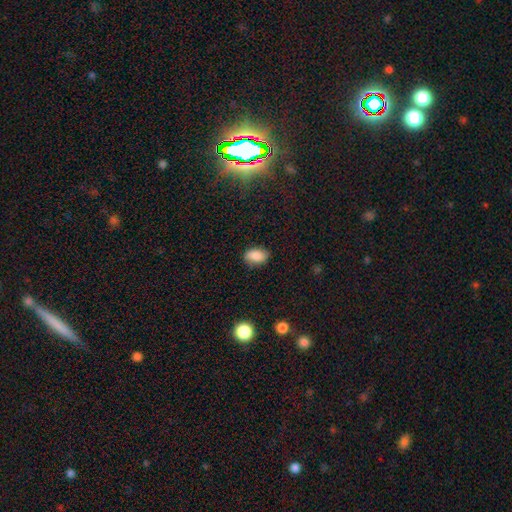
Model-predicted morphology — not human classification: Q: Smooth or featured?
A: smooth (85%); runner-up: star or artifact (8%)
Q: How rounded?
A: in between (86%); runner-up: round (12%)
Q: Merging?
A: none (82%); runner-up: minor disturbance (14%)